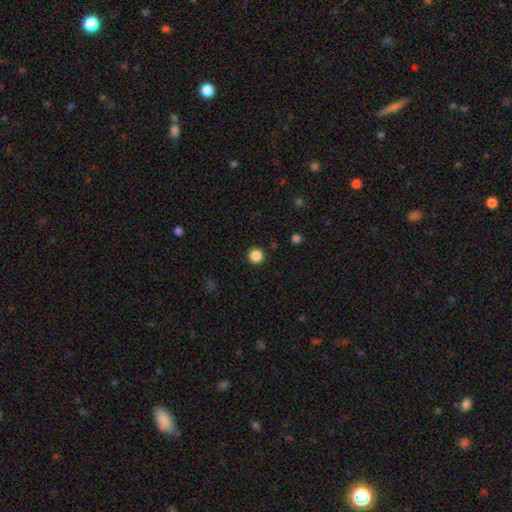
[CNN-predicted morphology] smooth_or_featured: smooth (p=0.87) [alt: star or artifact p=0.11]
how_rounded: round (p=0.96) [alt: in between p=0.03]
merging: none (p=0.93) [alt: minor disturbance p=0.04]